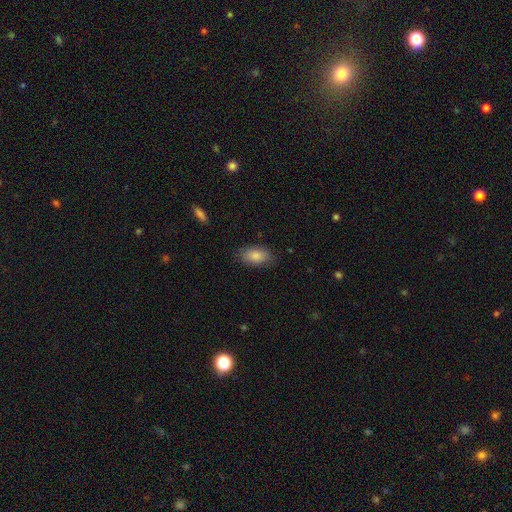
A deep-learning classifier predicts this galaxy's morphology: Smooth or featured: smooth — 85% (featured or disk — 8%)
How rounded: in between — 92% (round — 5%)
Merging: none — 81% (minor disturbance — 14%)